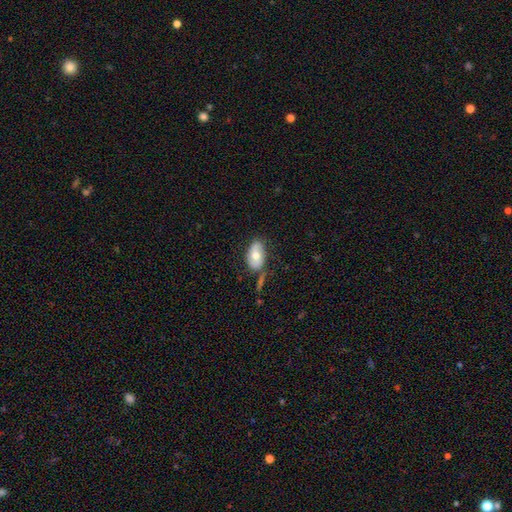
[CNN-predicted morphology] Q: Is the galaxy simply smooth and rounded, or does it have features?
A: smooth — 63%.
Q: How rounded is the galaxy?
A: in between — 91%.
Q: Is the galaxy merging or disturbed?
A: none — 63%.